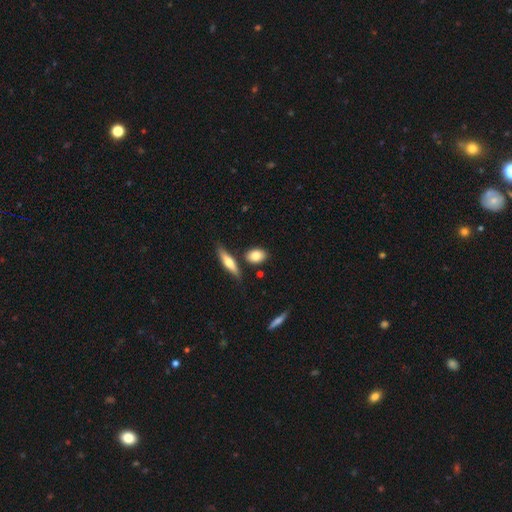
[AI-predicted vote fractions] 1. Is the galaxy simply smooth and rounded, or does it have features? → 80% smooth, 13% featured or disk, 7% star or artifact.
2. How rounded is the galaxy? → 70% in between, 23% round, 7% cigar-shaped.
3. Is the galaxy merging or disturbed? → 76% none, 12% minor disturbance, 9% merger, 3% major disturbance.